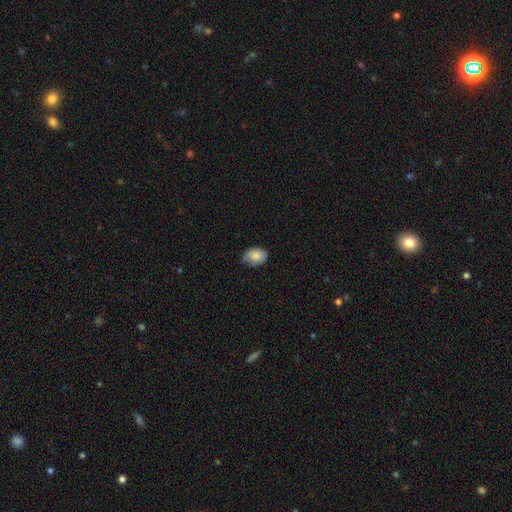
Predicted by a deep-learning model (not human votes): smooth_or_featured: smooth (p=0.84) [alt: featured or disk p=0.08]
how_rounded: in between (p=0.75) [alt: round p=0.24]
merging: none (p=0.73) [alt: minor disturbance p=0.23]